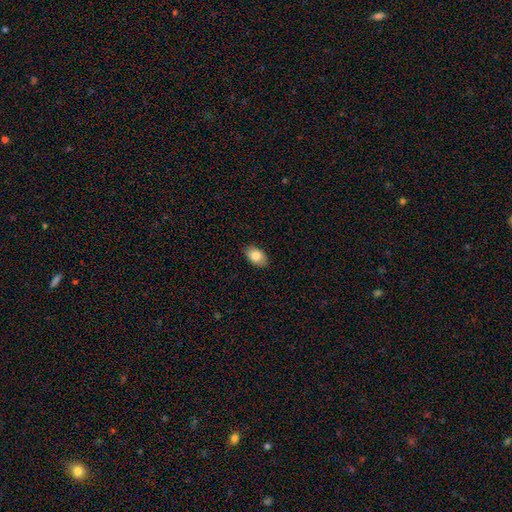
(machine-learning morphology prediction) Smooth or featured? Predicted: smooth (p=0.84). How rounded? Predicted: in between (p=0.89). Merging? Predicted: none (p=0.87).